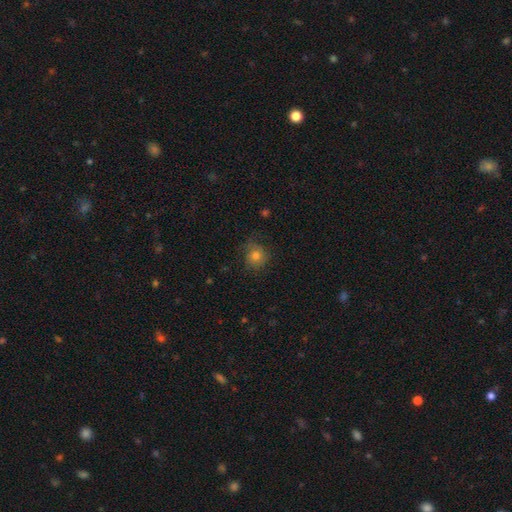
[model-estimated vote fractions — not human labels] Morphology: type=smooth (75%); roundness=round (86%); merging=none (74%).